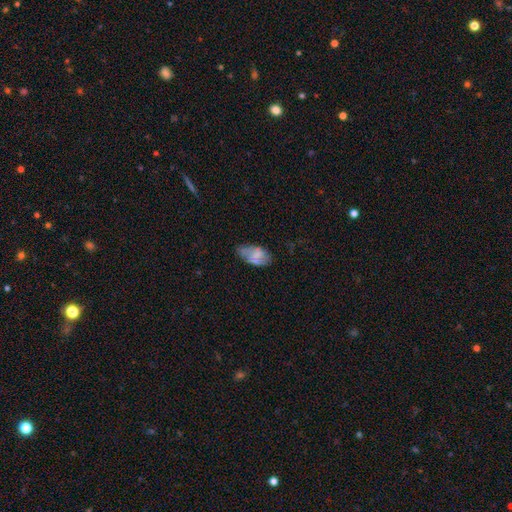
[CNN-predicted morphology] smooth 63%, featured or disk 28%, star or artifact 9%. Down the decision tree: how rounded — in between (93%); merging — none (44%).